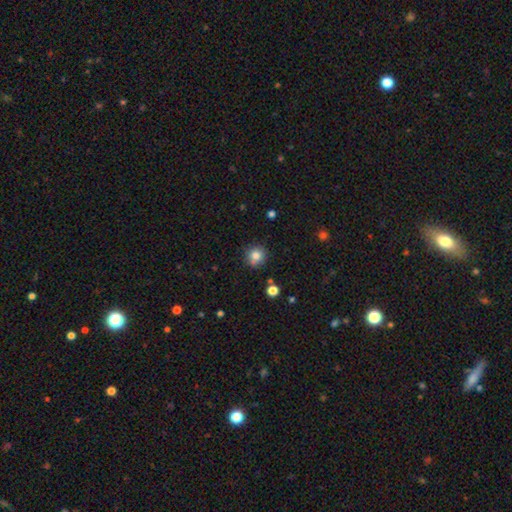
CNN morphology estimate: smooth-or-featured: smooth: 81% | star or artifact: 12% | featured or disk: 7%
  how-rounded: round: 91% | in between: 8% | cigar-shaped: 1%
  merging: none: 79% | minor disturbance: 12% | merger: 7% | major disturbance: 3%